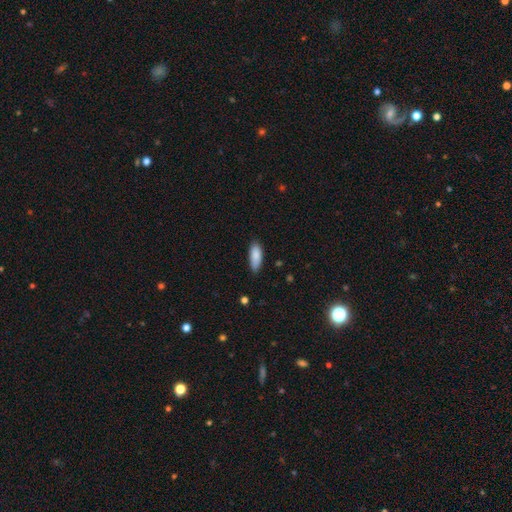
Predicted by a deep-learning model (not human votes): smooth_or_featured: smooth (p=0.88) [alt: star or artifact p=0.07]
how_rounded: in between (p=0.75) [alt: cigar-shaped p=0.23]
merging: none (p=0.76) [alt: minor disturbance p=0.20]